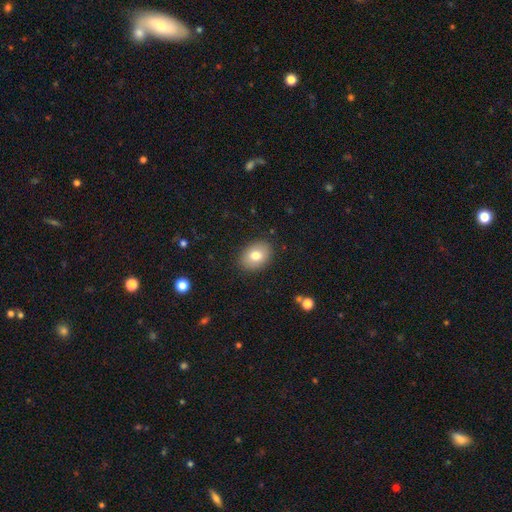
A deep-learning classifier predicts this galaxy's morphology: smooth_or_featured: smooth (p=0.79) [alt: featured or disk p=0.13]
how_rounded: in between (p=0.73) [alt: round p=0.26]
merging: none (p=0.88) [alt: minor disturbance p=0.08]